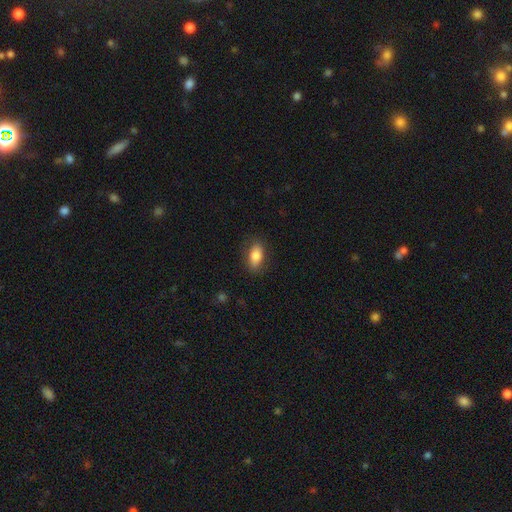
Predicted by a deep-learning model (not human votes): This is clearly a smooth galaxy (81%). How rounded: clearly in between (88%). Merging: clearly none (82%).